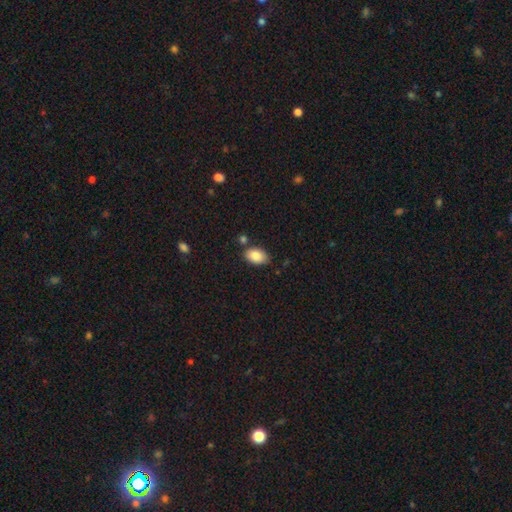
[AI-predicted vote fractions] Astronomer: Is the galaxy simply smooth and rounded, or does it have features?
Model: smooth — 86%.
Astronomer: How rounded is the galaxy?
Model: in between — 89%.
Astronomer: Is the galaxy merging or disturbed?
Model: none — 75%.